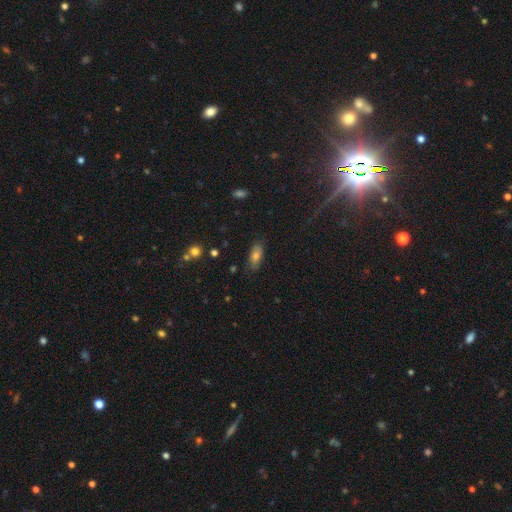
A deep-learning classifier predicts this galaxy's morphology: The model was most divided on "smooth or featured": smooth: 73%, featured or disk: 16%, star or artifact: 11%. More confident: merging — none (81%); how rounded — in between (78%).